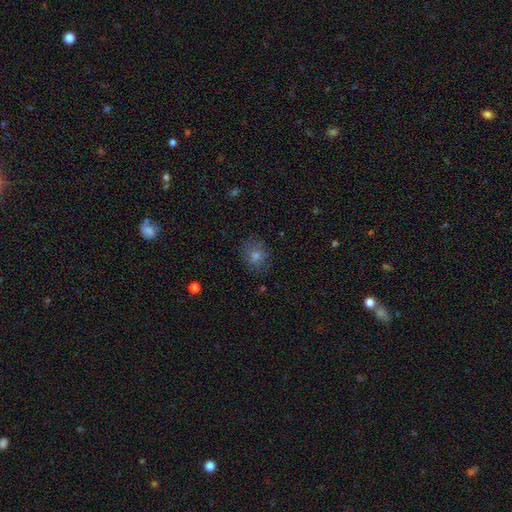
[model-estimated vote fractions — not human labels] Smooth or featured? Predicted: smooth (p=0.67). How rounded? Predicted: round (p=0.70). Merging? Predicted: none (p=0.82).